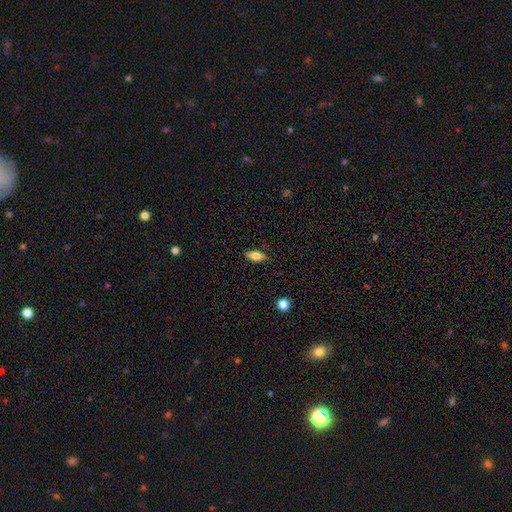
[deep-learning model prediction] Smooth or featured? smooth (65%)
How rounded? in between (76%)
Merging? none (86%)